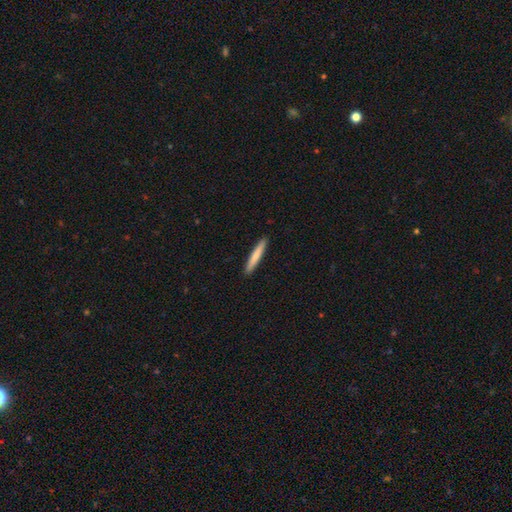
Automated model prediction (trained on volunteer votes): This is likely a smooth galaxy (77%). How rounded: clearly cigar-shaped (95%). Merging: clearly none (92%).